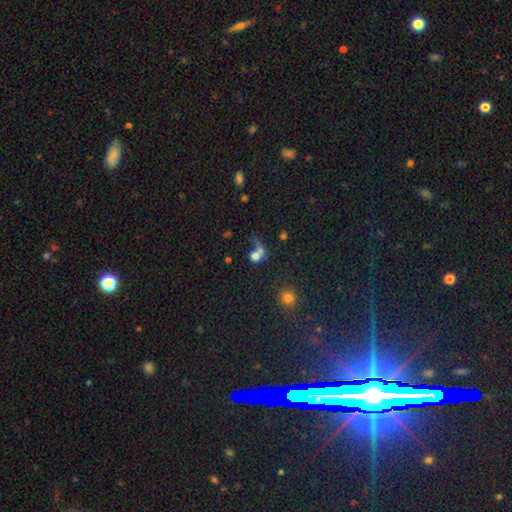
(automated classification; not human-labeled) Smooth or featured: smooth — 66% (featured or disk — 19%)
How rounded: round — 70% (in between — 28%)
Merging: merger — 45% (none — 27%)